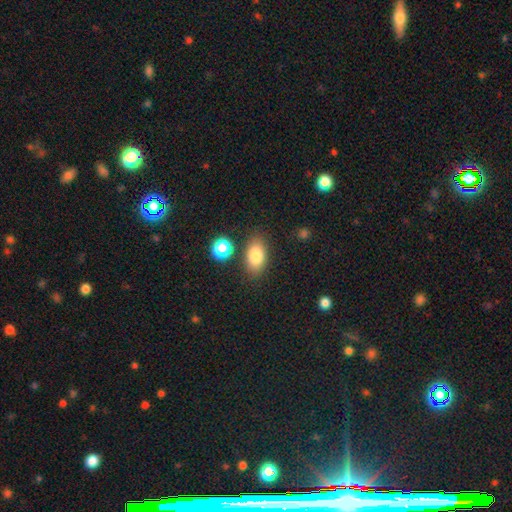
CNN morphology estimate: smooth-or-featured: smooth: 82% | star or artifact: 9% | featured or disk: 9%
  how-rounded: in between: 89% | round: 8% | cigar-shaped: 2%
  merging: none: 82% | minor disturbance: 11% | merger: 4% | major disturbance: 3%